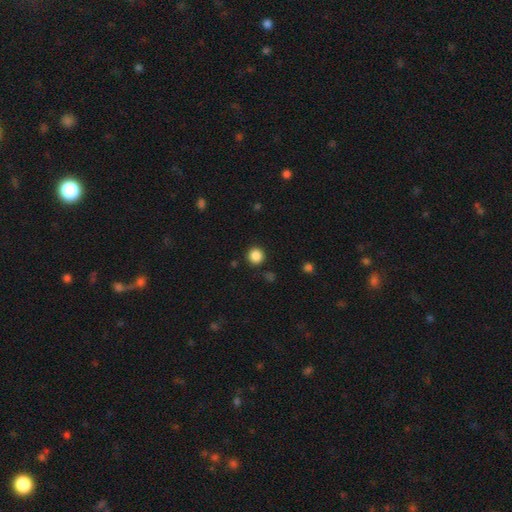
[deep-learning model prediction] Q: Smooth or featured?
A: smooth (86%); runner-up: star or artifact (11%)
Q: How rounded?
A: round (93%); runner-up: in between (6%)
Q: Merging?
A: none (90%); runner-up: minor disturbance (6%)